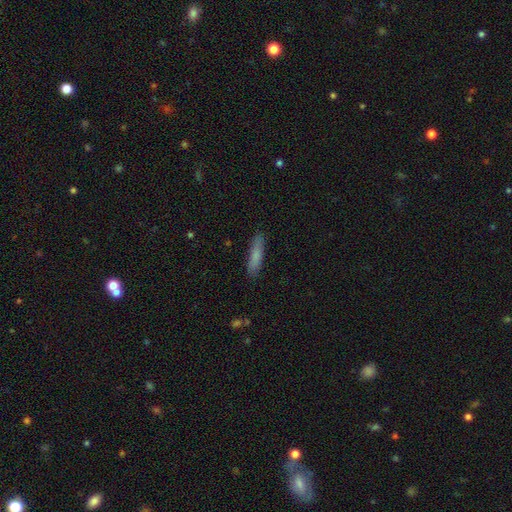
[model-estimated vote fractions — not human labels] Smooth or featured? Predicted: smooth (p=0.79). How rounded? Predicted: cigar-shaped (p=0.84). Merging? Predicted: none (p=0.87).